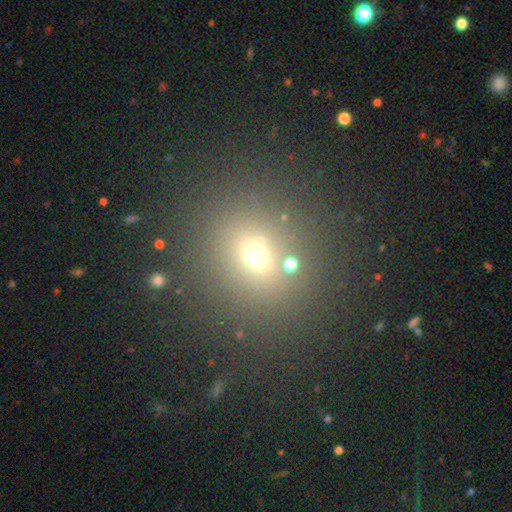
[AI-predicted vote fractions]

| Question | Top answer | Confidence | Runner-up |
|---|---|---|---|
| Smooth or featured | smooth | 62% | star or artifact (26%) |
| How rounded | round | 70% | in between (28%) |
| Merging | none | 77% | minor disturbance (10%) |